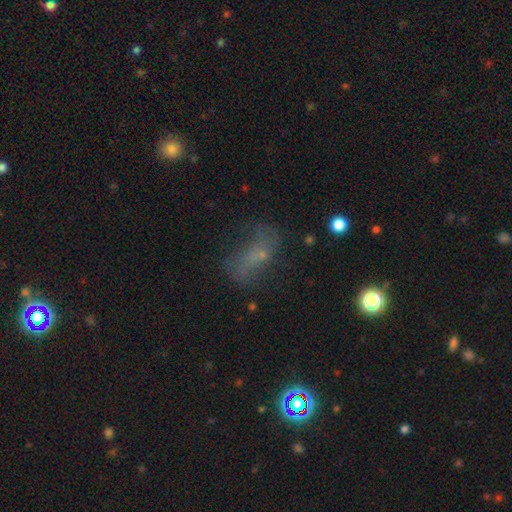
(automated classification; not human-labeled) Smooth or featured: smooth — 43% (featured or disk — 34%)
Merging: none — 47% (major disturbance — 24%)